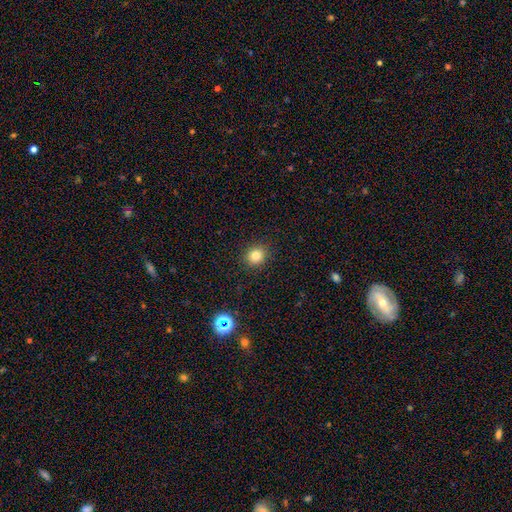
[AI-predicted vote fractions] Morphology: type=smooth (81%); roundness=round (79%); merging=none (90%).